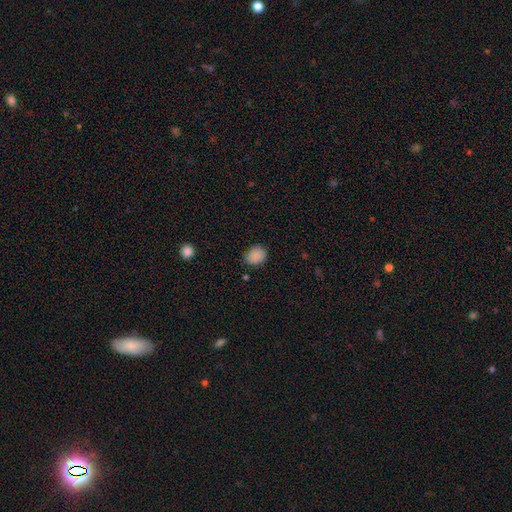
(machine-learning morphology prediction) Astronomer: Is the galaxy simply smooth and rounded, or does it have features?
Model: smooth — 88%.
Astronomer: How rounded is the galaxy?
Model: round — 54% (runner-up: in between, 45%).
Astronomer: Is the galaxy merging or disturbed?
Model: none — 81%.